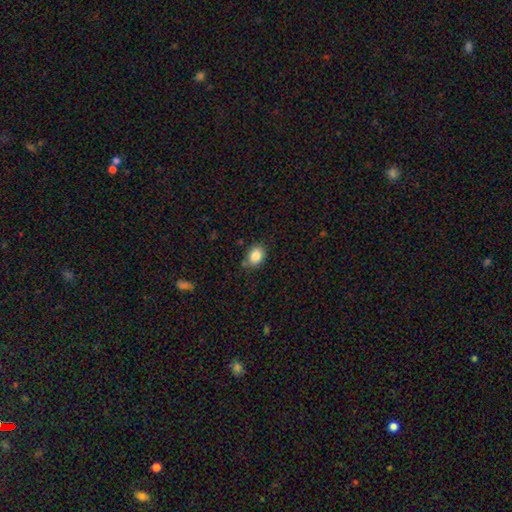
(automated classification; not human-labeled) A smooth galaxy with no disk features (84%) that is in between round and cigar-shaped (66%). Merging: none (73%).